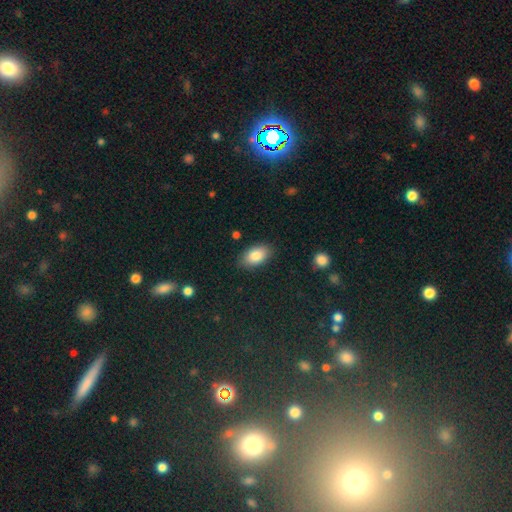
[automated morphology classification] Q: Smooth or featured?
A: smooth (84%); runner-up: featured or disk (8%)
Q: How rounded?
A: in between (92%); runner-up: round (6%)
Q: Merging?
A: none (84%); runner-up: minor disturbance (12%)